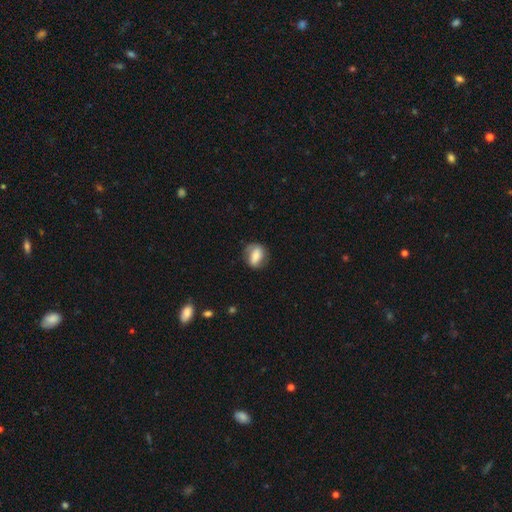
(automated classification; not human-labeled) Smooth or featured: smooth — 57% (featured or disk — 35%)
How rounded: in between — 65% (round — 32%)
Merging: none — 70% (minor disturbance — 21%)